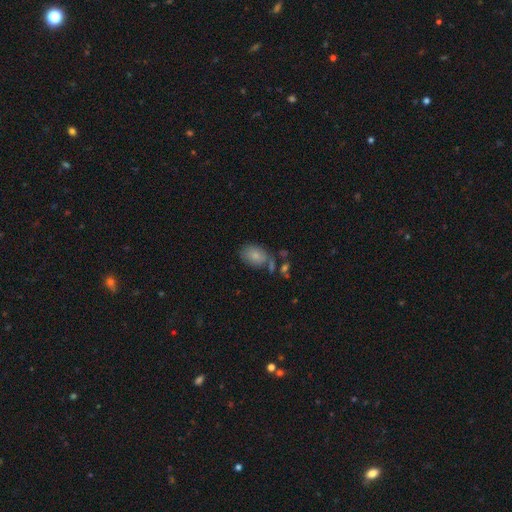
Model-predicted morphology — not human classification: Smooth or featured? Predicted: smooth (p=0.80). How rounded? Predicted: in between (p=0.83). Merging? Predicted: none (p=0.60).